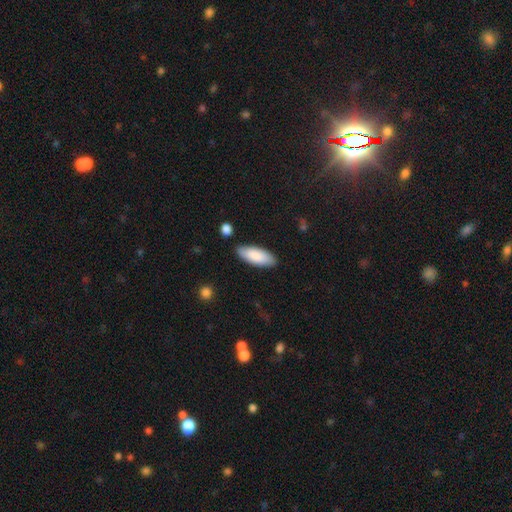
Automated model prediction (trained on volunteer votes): Smooth or featured? smooth (86%)
How rounded? in between (76%)
Merging? none (85%)